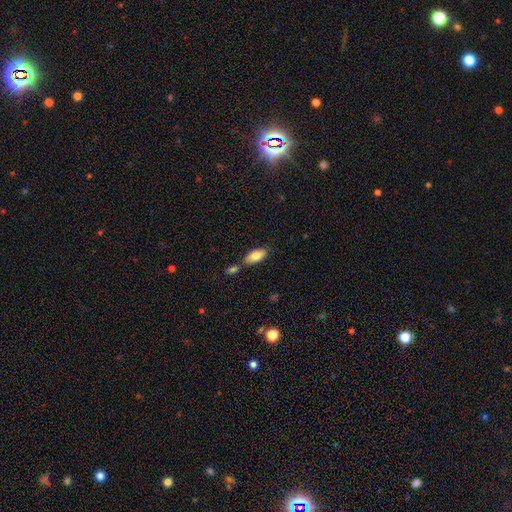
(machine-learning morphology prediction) Smooth or featured?
  - smooth: 84% *
  - featured or disk: 9%
  - star or artifact: 7%
How rounded?
  - in between: 89% *
  - cigar-shaped: 9%
  - round: 2%
Merging?
  - none: 63% *
  - merger: 18%
  - minor disturbance: 15%
  - major disturbance: 4%